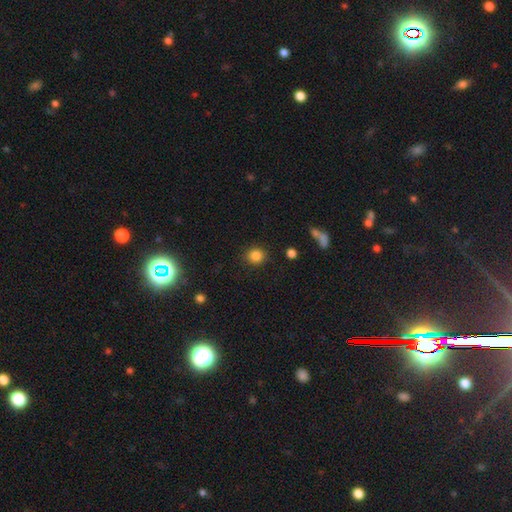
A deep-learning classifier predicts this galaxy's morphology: Q: Smooth or featured?
A: smooth (84%); runner-up: star or artifact (11%)
Q: How rounded?
A: round (87%); runner-up: in between (12%)
Q: Merging?
A: none (88%); runner-up: minor disturbance (8%)